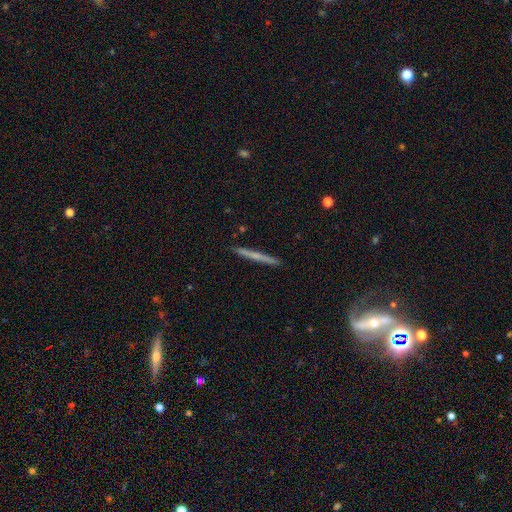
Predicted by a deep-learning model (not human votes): Q: Smooth or featured?
A: featured or disk (48%); runner-up: smooth (45%)
Q: Merging?
A: none (91%); runner-up: minor disturbance (6%)